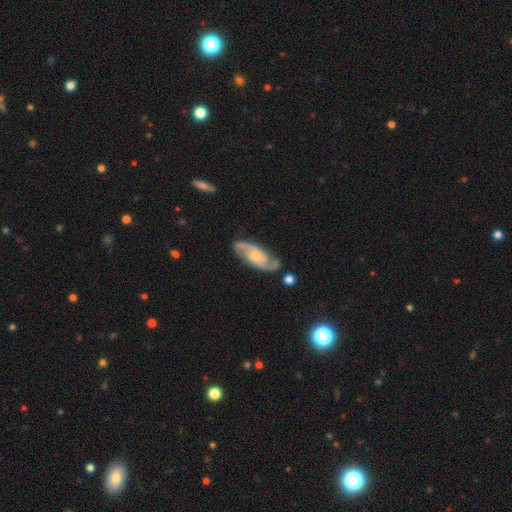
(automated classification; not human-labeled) This is clearly a featured or disk galaxy (87%). It is clearly not viewed edge-on (94%). Bar: likely no (60%). Spiral arm pattern: clearly yes (97%). Spiral arm count: clearly 2 (89%). Spiral winding: possibly medium (53%). Central bulge: possibly small (53%). Merging: likely none (78%).